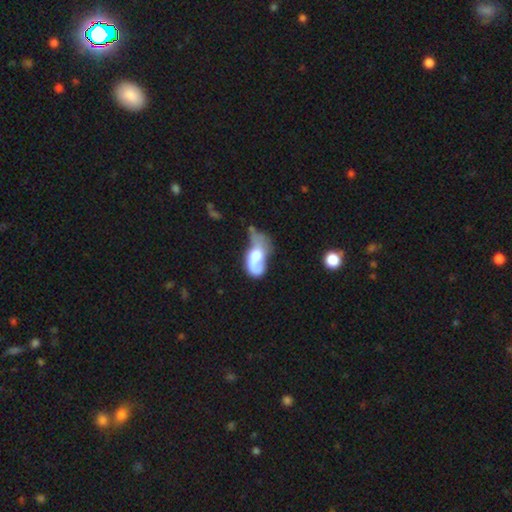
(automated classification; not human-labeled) Q: Smooth or featured?
A: featured or disk (57%); runner-up: smooth (35%)
Q: Edge-on disk?
A: no (94%); runner-up: yes (6%)
Q: Bar?
A: no (68%); runner-up: weak (25%)
Q: Spiral arms?
A: yes (66%); runner-up: no (34%)
Q: Bulge size?
A: moderate (50%); runner-up: large (31%)
Q: Merging?
A: major disturbance (45%); runner-up: minor disturbance (22%)